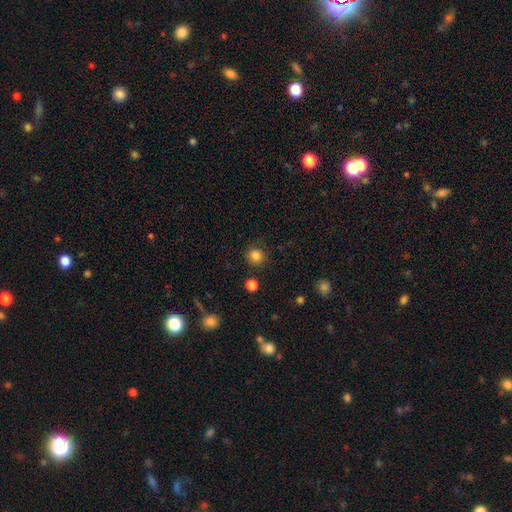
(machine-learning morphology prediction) Smooth or featured? smooth (84%)
How rounded? round (91%)
Merging? none (87%)